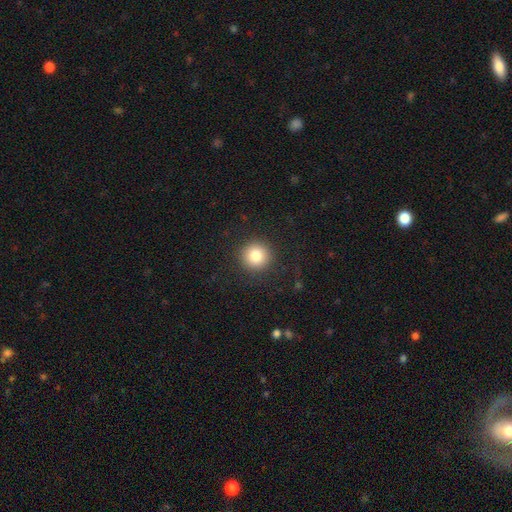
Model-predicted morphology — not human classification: A smooth galaxy with no disk features (82%) that is round (95%).

Vote fractions:
- Smooth or featured? smooth: 82% / star or artifact: 11% / featured or disk: 7%
- How rounded? round: 95% / in between: 4% / cigar-shaped: 1%
- Merging? none: 90% / minor disturbance: 6% / major disturbance: 3% / merger: 1%